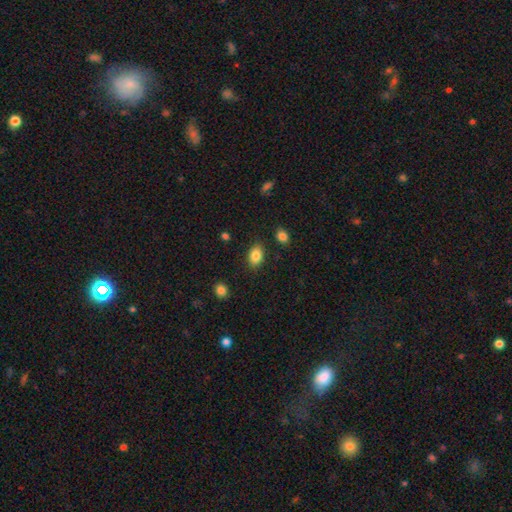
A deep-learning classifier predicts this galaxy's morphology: The model was most divided on "how rounded": in between: 86%, round: 13%, cigar-shaped: 1%. More confident: smooth or featured — smooth (86%); merging — none (85%).